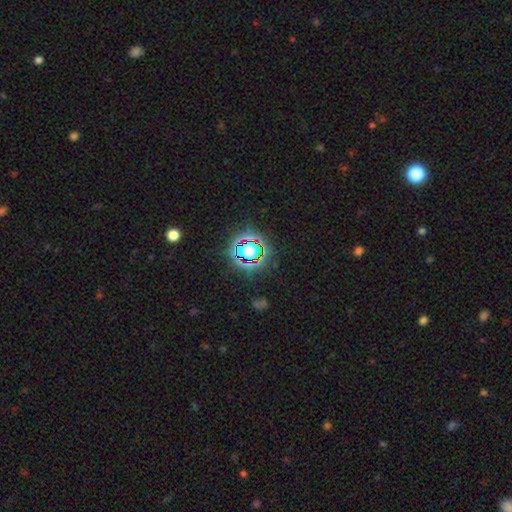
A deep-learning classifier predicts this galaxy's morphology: type=star or artifact (78%).